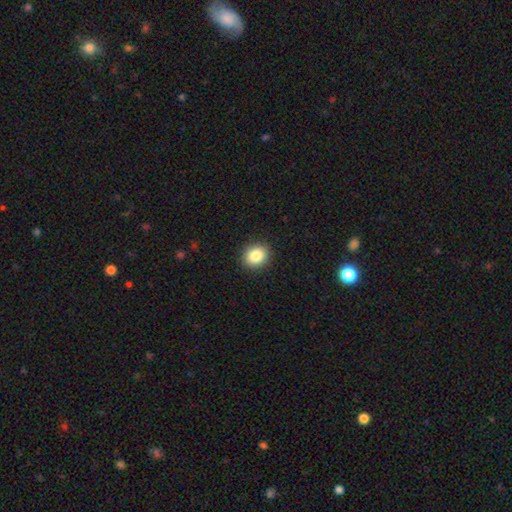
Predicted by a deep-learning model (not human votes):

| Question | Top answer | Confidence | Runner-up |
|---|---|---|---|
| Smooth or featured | smooth | 85% | star or artifact (9%) |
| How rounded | round | 64% | in between (35%) |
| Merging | none | 90% | minor disturbance (7%) |